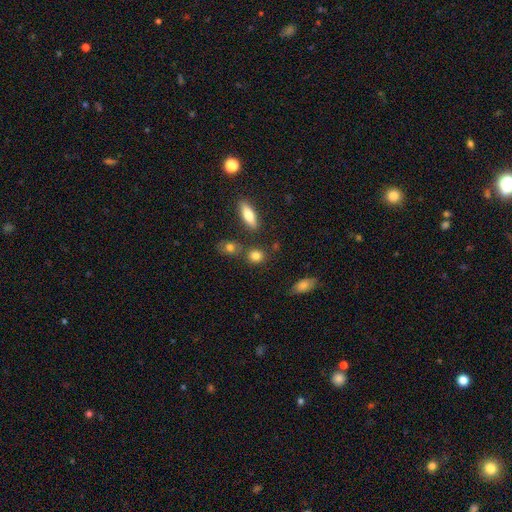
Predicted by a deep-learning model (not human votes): Smooth or featured? Predicted: smooth (p=0.83). How rounded? Predicted: round (p=0.68). Merging? Predicted: none (p=0.73).